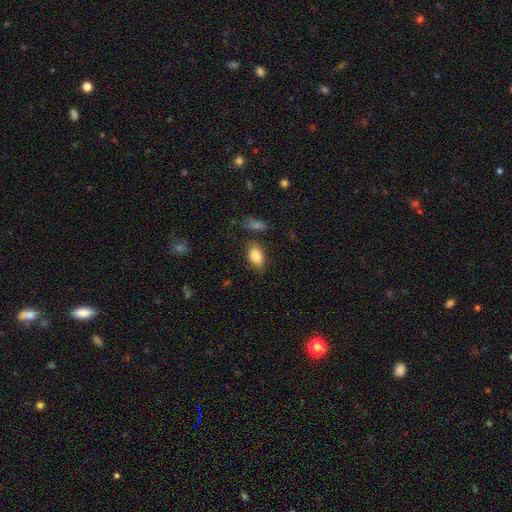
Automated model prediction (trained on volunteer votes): This appears to be a smooth galaxy with no disk features (84%) that is in between round and cigar-shaped (88%). Merging: none (79%).